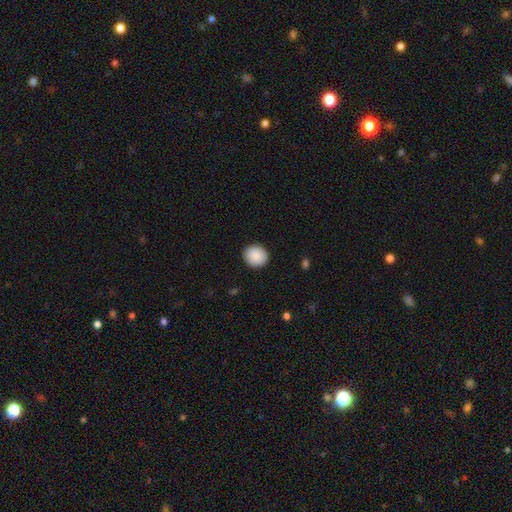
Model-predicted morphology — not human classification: Smooth or featured? Predicted: smooth (p=0.90). How rounded? Predicted: round (p=0.85). Merging? Predicted: none (p=0.92).